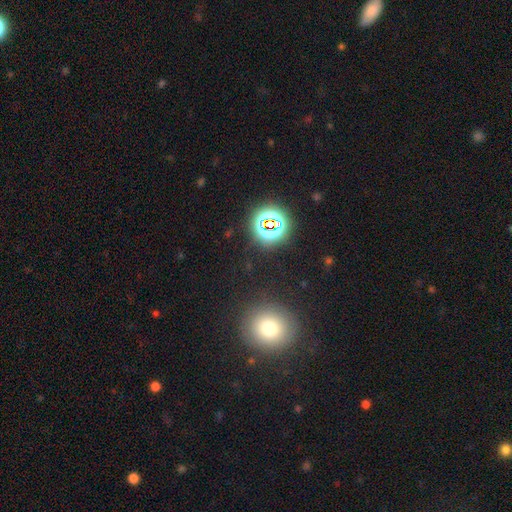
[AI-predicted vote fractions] A star or artifact, not a galaxy (52%).

Vote fractions:
- Smooth or featured? star or artifact: 52% / smooth: 40% / featured or disk: 8%